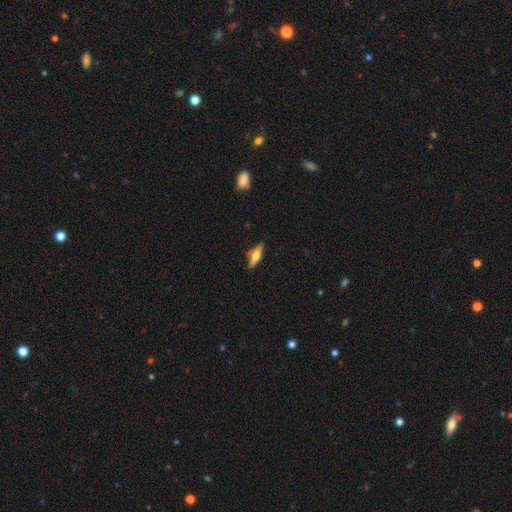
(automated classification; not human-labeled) The model was most divided on "smooth or featured": smooth: 47%, featured or disk: 46%, star or artifact: 7%. More confident: merging — none (81%).